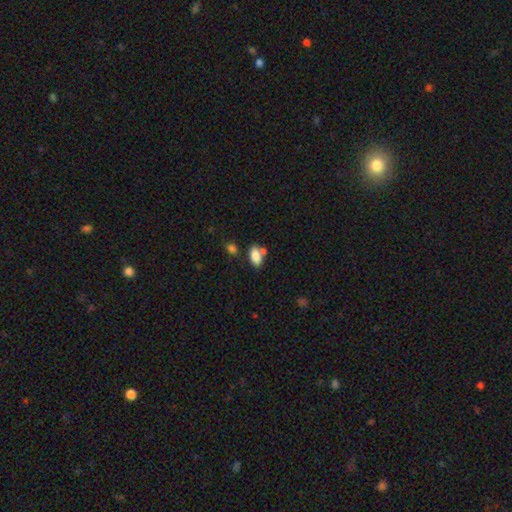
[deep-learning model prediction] Smooth or featured: smooth — 84% (star or artifact — 8%)
How rounded: in between — 90% (cigar-shaped — 5%)
Merging: none — 57% (merger — 24%)